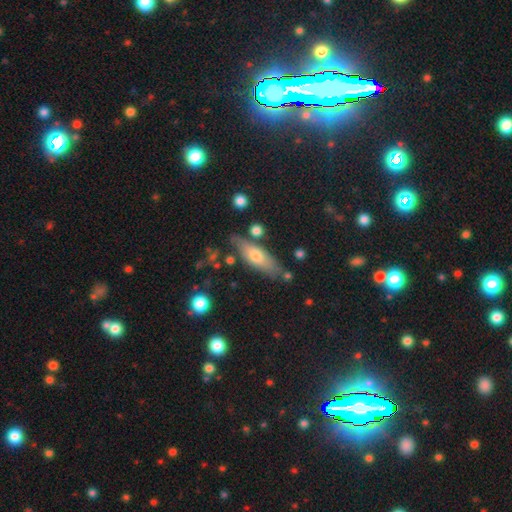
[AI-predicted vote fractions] This appears to be a smooth galaxy with no disk features (58%) that is cigar-shaped (50%). Merging: none (75%).